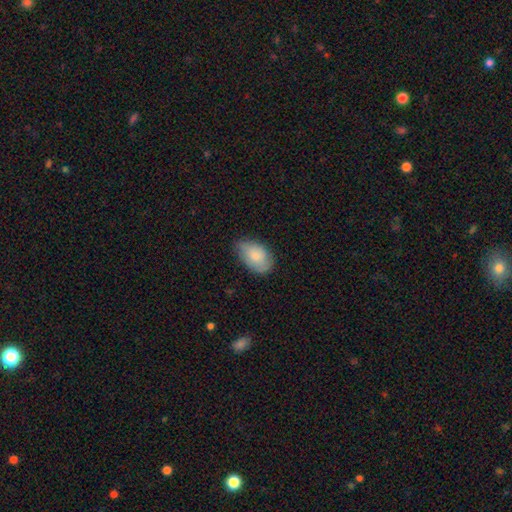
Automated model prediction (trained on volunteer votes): This is likely a smooth galaxy (80%). How rounded: clearly in between (91%). Merging: likely none (68%).